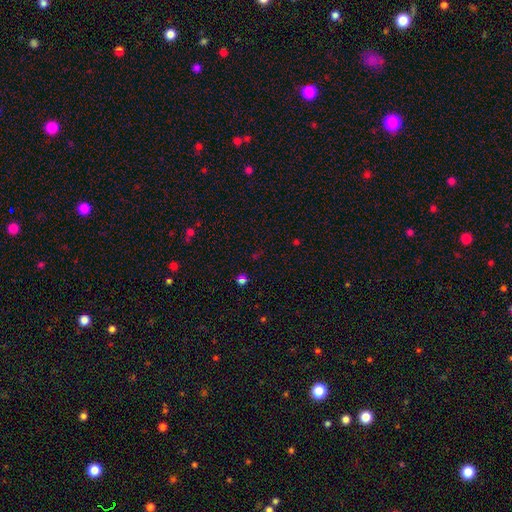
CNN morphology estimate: Smooth or featured? Predicted: star or artifact (p=0.58).